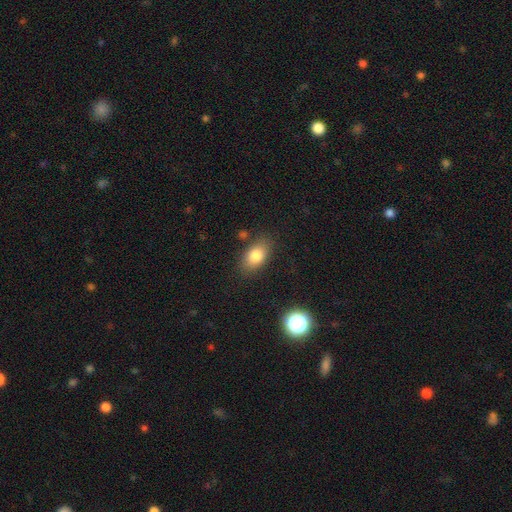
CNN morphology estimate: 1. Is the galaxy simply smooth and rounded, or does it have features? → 82% smooth, 10% featured or disk, 9% star or artifact.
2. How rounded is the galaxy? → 87% in between, 10% round, 3% cigar-shaped.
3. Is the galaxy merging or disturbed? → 80% none, 13% minor disturbance, 4% major disturbance, 3% merger.